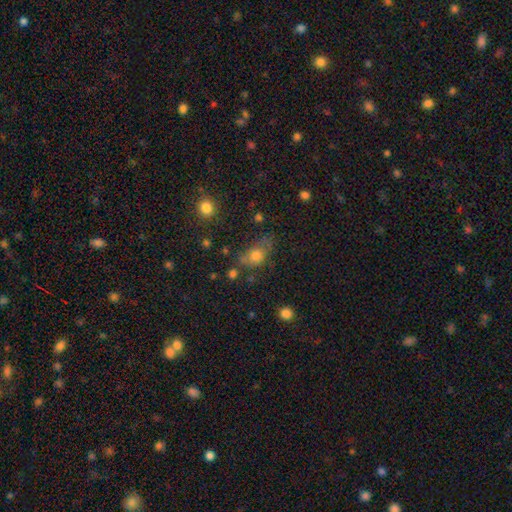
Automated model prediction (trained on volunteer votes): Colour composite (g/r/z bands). It shows a smooth galaxy with no disk features (72%) that is in between round and cigar-shaped (57%). Merging: none (49%).